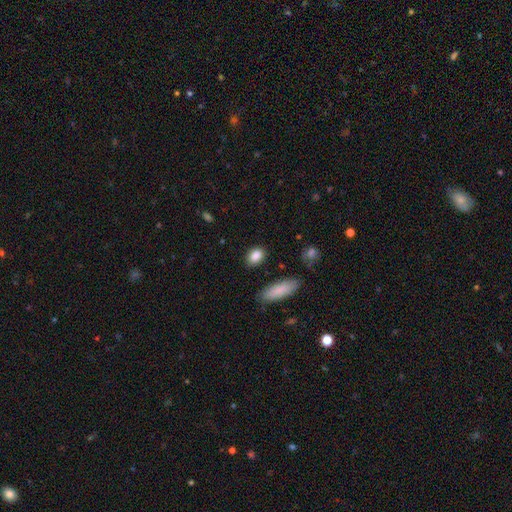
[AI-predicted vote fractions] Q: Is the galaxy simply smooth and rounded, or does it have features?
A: smooth — 87%.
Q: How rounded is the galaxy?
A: in between — 77%.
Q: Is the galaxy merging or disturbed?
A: none — 85%.